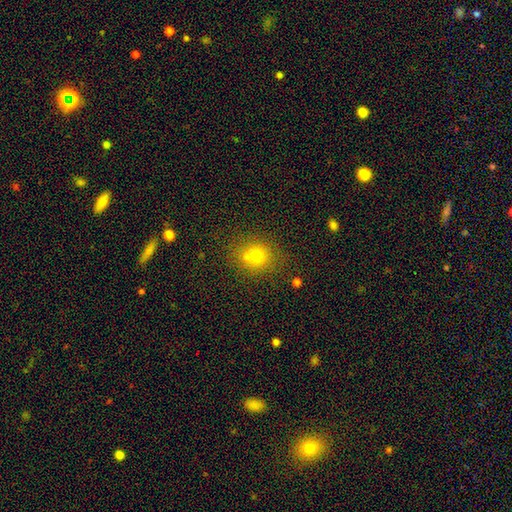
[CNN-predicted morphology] A smooth galaxy with no disk features (72%) that is round (79%). Merging: none (60%).